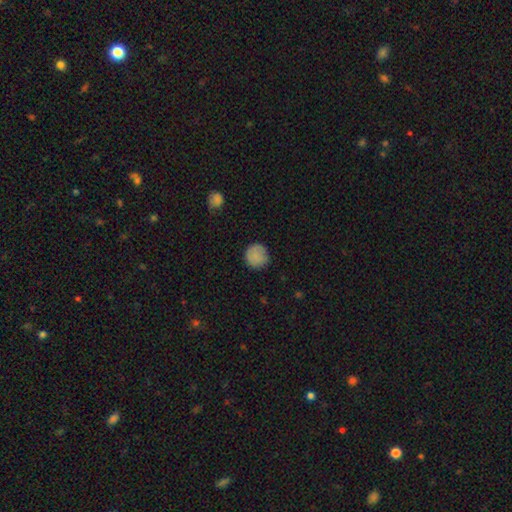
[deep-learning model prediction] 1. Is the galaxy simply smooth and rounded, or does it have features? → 84% smooth, 9% star or artifact, 7% featured or disk.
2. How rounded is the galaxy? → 93% round, 6% in between, 1% cigar-shaped.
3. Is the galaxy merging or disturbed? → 84% none, 13% minor disturbance, 3% major disturbance, 1% merger.